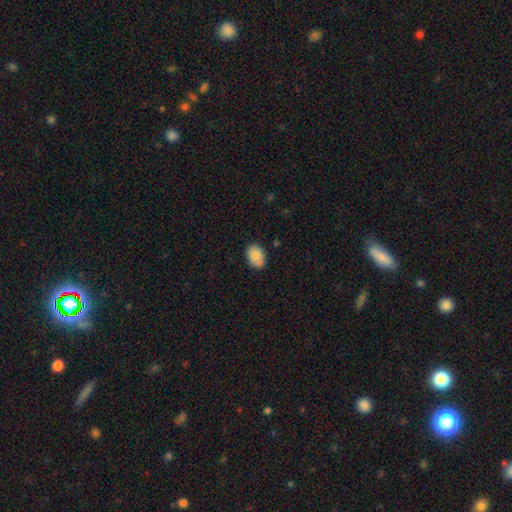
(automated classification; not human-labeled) smooth_or_featured: smooth (p=0.84) [alt: featured or disk p=0.09]
how_rounded: in between (p=0.79) [alt: round p=0.20]
merging: none (p=0.82) [alt: minor disturbance p=0.14]